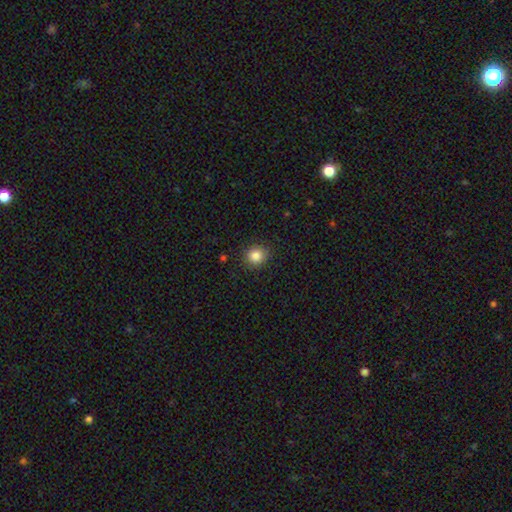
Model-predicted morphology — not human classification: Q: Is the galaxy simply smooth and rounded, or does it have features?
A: smooth — 85%.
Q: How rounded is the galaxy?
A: round — 86%.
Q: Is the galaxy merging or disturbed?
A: none — 89%.